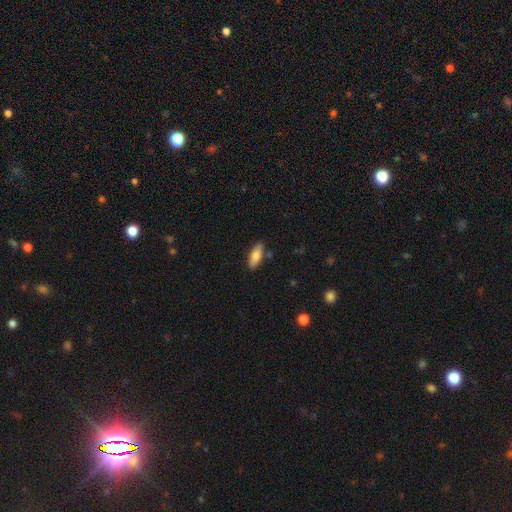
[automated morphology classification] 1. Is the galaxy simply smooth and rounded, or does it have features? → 77% smooth, 17% featured or disk, 6% star or artifact.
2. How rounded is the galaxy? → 70% in between, 27% cigar-shaped, 2% round.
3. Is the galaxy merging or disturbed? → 82% none, 12% minor disturbance, 3% merger, 2% major disturbance.